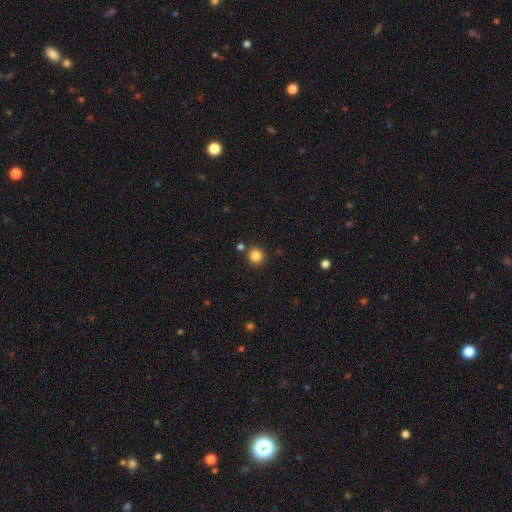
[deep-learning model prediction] Q: Smooth or featured?
A: smooth (84%); runner-up: star or artifact (12%)
Q: How rounded?
A: round (94%); runner-up: in between (5%)
Q: Merging?
A: none (86%); runner-up: minor disturbance (6%)